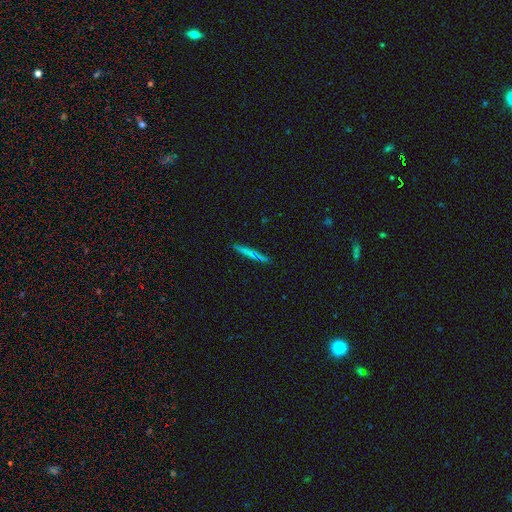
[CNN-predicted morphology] The model was most divided on "smooth or featured": smooth: 54%, featured or disk: 39%, star or artifact: 8%. More confident: how rounded — cigar-shaped (96%); merging — none (90%).